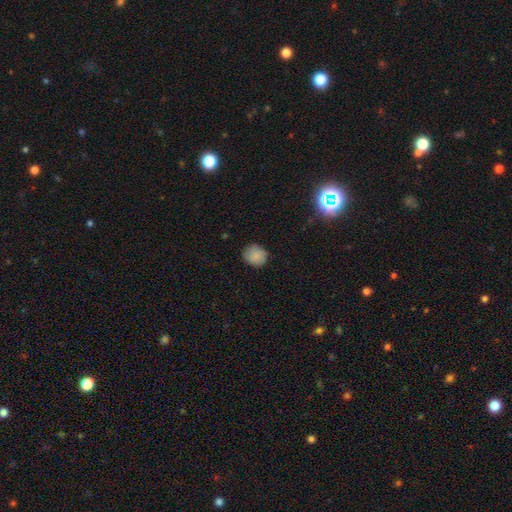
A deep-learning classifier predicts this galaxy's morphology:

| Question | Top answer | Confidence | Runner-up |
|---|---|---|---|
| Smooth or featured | smooth | 85% | star or artifact (9%) |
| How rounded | round | 82% | in between (17%) |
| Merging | none | 84% | minor disturbance (13%) |